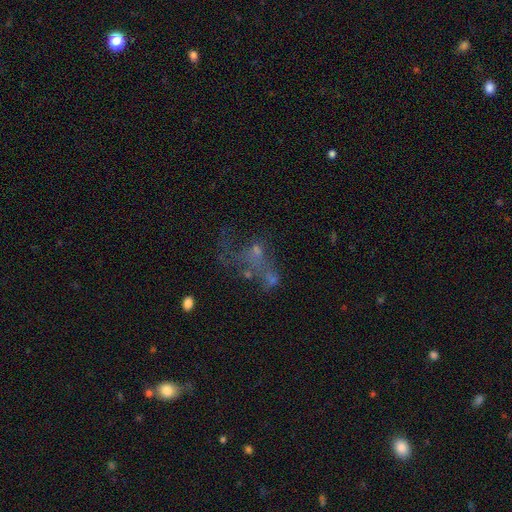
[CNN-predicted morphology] Smooth or featured? Predicted: featured or disk (p=0.45). Merging? Predicted: major disturbance (p=0.35).